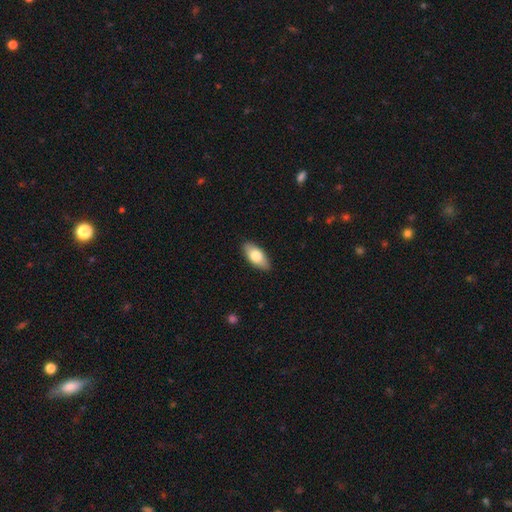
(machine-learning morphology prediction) Overall: smooth (76%). How rounded: in between (88%). Merging: none (89%).